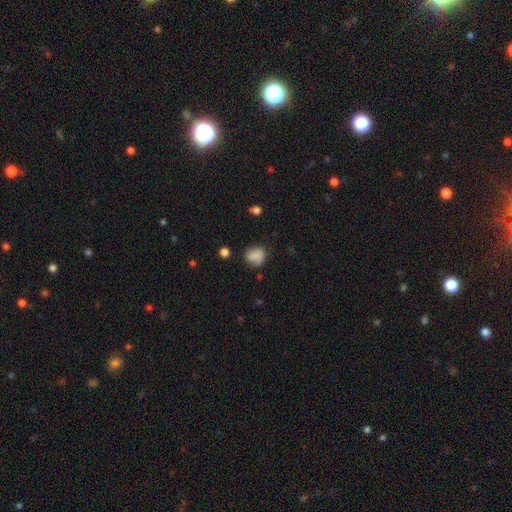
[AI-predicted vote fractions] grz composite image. It shows a smooth galaxy with no disk features (80%) that is round (59%). Merging: none (62%).